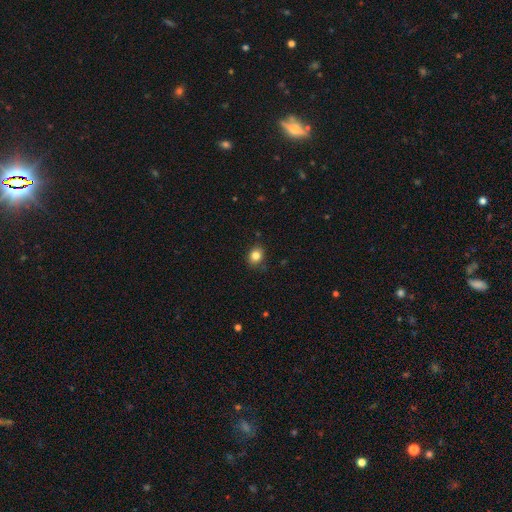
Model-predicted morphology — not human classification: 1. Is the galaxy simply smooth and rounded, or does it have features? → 83% smooth, 11% star or artifact, 6% featured or disk.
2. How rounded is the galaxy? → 59% round, 40% in between, 1% cigar-shaped.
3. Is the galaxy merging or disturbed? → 86% none, 11% minor disturbance, 2% major disturbance, 1% merger.